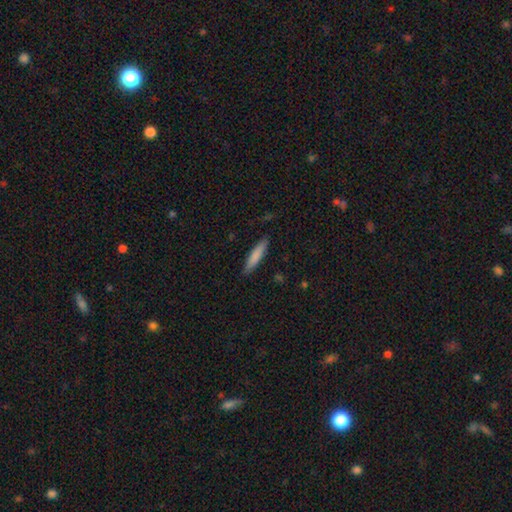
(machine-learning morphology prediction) Smooth or featured: smooth — 81% (featured or disk — 13%)
How rounded: cigar-shaped — 85% (in between — 14%)
Merging: none — 87% (minor disturbance — 10%)